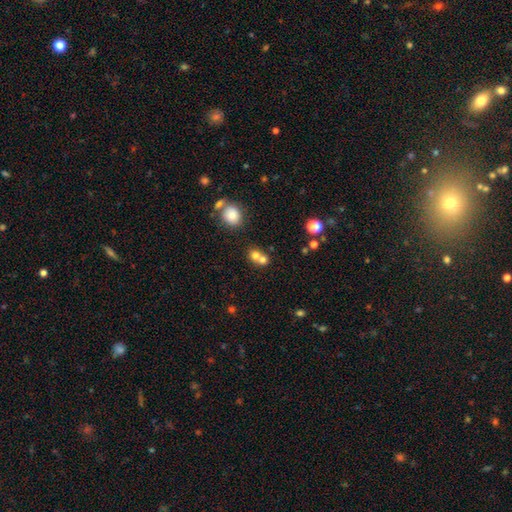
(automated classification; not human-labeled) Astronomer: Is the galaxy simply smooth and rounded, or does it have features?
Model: smooth — 72%.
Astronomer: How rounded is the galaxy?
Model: round — 76%.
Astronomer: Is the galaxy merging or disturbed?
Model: merger — 57% (runner-up: none, 35%).